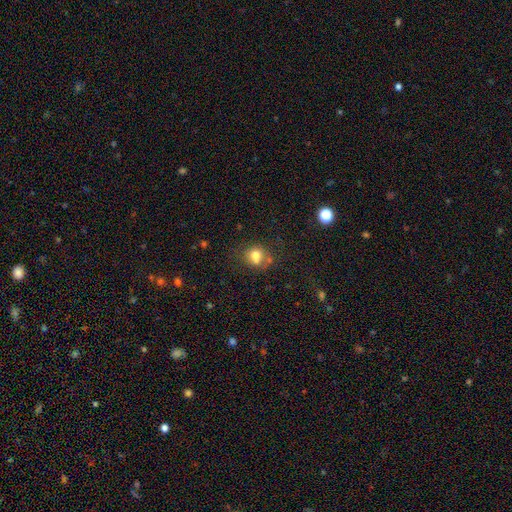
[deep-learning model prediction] Smooth or featured? smooth (76%)
How rounded? round (72%)
Merging? none (58%)